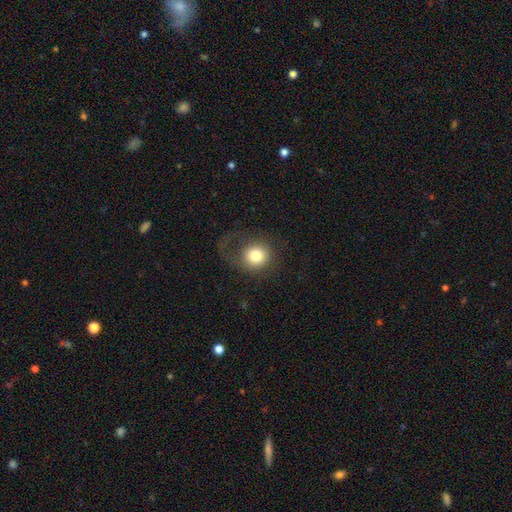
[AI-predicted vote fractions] smooth-or-featured: smooth: 75% | featured or disk: 14% | star or artifact: 11%
  how-rounded: round: 86% | in between: 13% | cigar-shaped: 1%
  merging: none: 62% | major disturbance: 22% | minor disturbance: 15% | merger: 1%